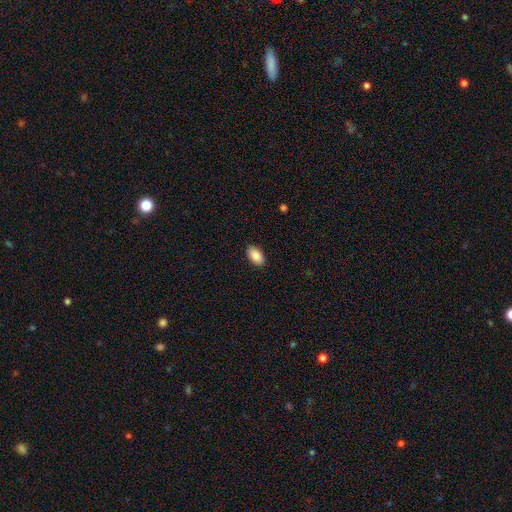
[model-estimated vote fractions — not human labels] smooth_or_featured: smooth (p=0.88) [alt: star or artifact p=0.07]
how_rounded: in between (p=0.95) [alt: round p=0.04]
merging: none (p=0.89) [alt: minor disturbance p=0.08]